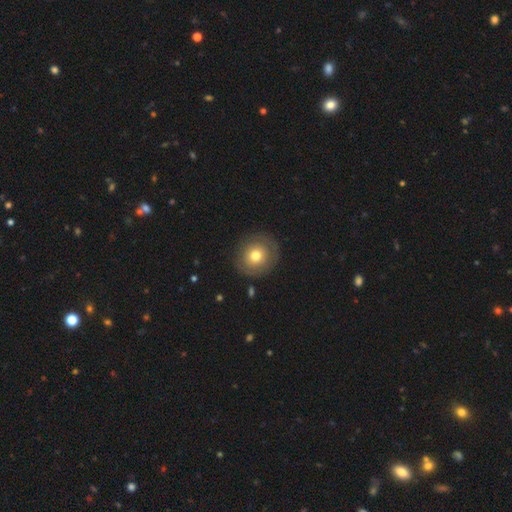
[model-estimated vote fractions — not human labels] Q: Smooth or featured?
A: smooth (70%); runner-up: featured or disk (21%)
Q: How rounded?
A: round (88%); runner-up: in between (11%)
Q: Merging?
A: none (86%); runner-up: minor disturbance (9%)